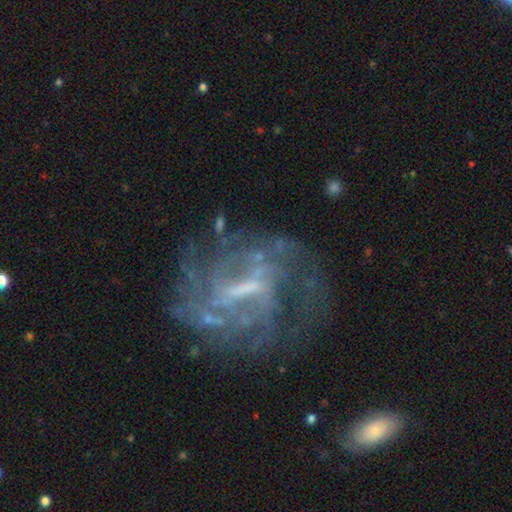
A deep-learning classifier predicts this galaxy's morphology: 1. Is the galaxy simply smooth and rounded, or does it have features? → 80% featured or disk, 12% star or artifact, 9% smooth.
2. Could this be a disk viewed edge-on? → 96% no, 4% yes.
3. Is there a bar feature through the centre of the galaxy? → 46% strong, 38% weak, 16% no.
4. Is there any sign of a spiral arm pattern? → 84% yes, 16% no.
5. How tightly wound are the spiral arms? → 41% medium, 33% tight, 26% loose.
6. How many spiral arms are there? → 38% can't tell, 23% 2, 14% 3, 10% 4, 8% more than 4, 7% 1.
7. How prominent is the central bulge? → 34% none, 32% small, 27% moderate, 5% large, 2% dominant.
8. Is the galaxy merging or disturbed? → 53% none, 25% major disturbance, 17% minor disturbance, 5% merger.